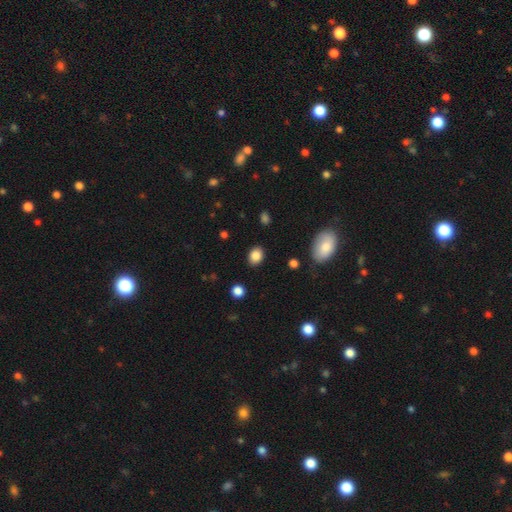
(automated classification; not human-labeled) This is clearly a smooth galaxy (86%). How rounded: likely in between (61%). Merging: clearly none (87%).